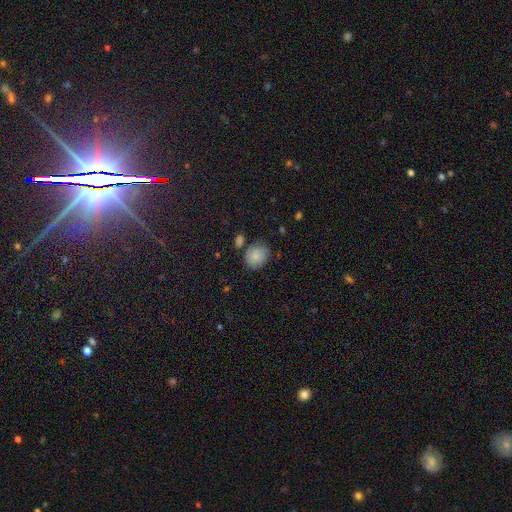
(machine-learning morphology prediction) A smooth galaxy with no disk features (83%) that is round (56%). Merging: none (65%).